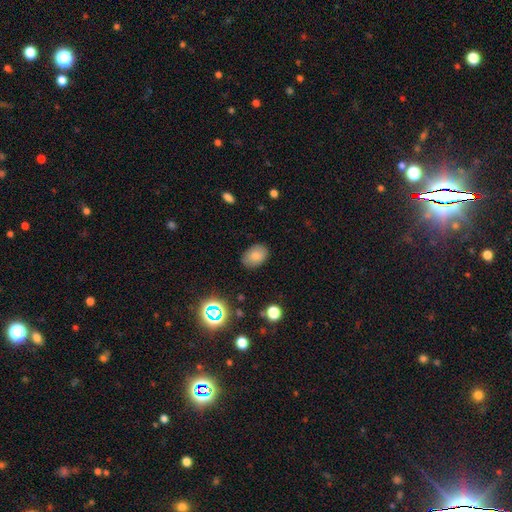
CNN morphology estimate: smooth 79%, star or artifact 11%, featured or disk 10%. Down the decision tree: how rounded — in between (83%); merging — none (83%).